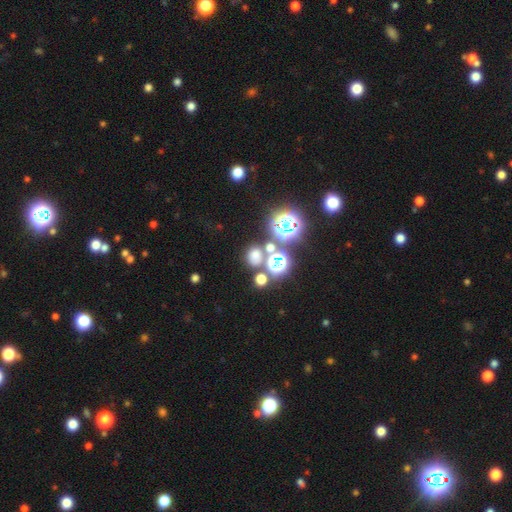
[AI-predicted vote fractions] The model was most divided on "smooth or featured": smooth: 52%, star or artifact: 40%, featured or disk: 8%. More confident: how rounded — round (78%); merging — none (68%).